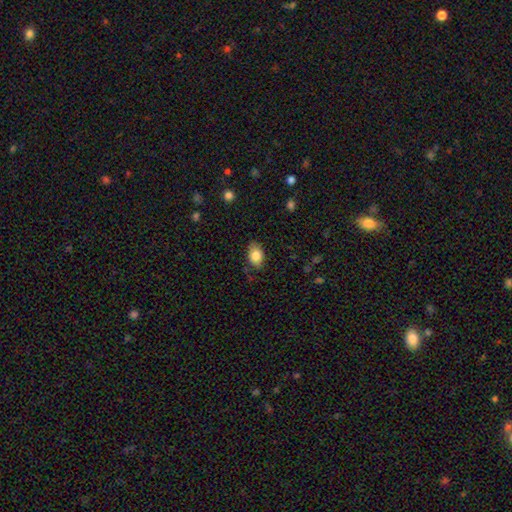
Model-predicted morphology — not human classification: smooth_or_featured: smooth (p=0.82) [alt: featured or disk p=0.10]
how_rounded: in between (p=0.83) [alt: round p=0.16]
merging: none (p=0.75) [alt: minor disturbance p=0.19]